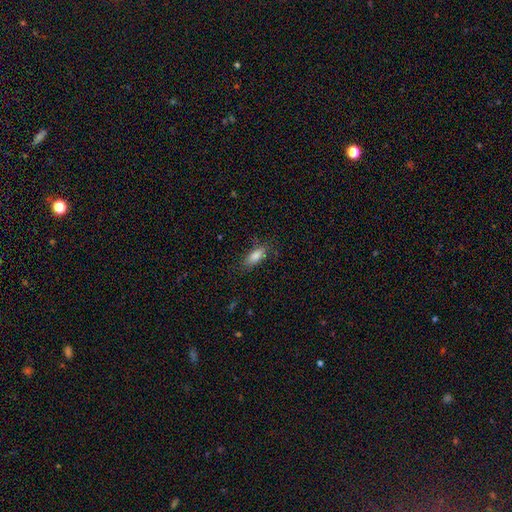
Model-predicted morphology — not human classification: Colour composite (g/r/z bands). It shows a smooth galaxy with no disk features (84%) that is in between round and cigar-shaped (79%). Merging: none (74%).